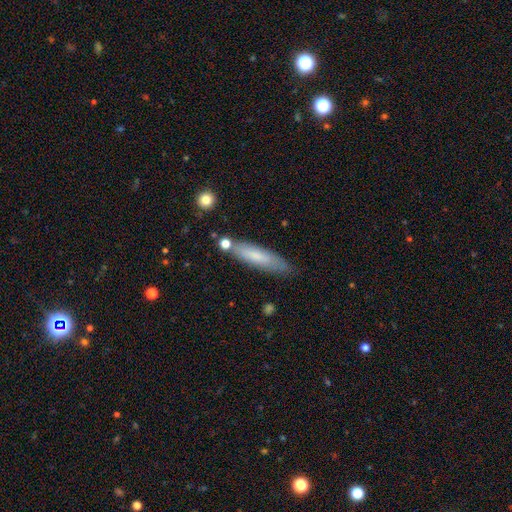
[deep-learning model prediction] This is likely a smooth galaxy (72%). How rounded: likely cigar-shaped (75%). Merging: likely none (73%).